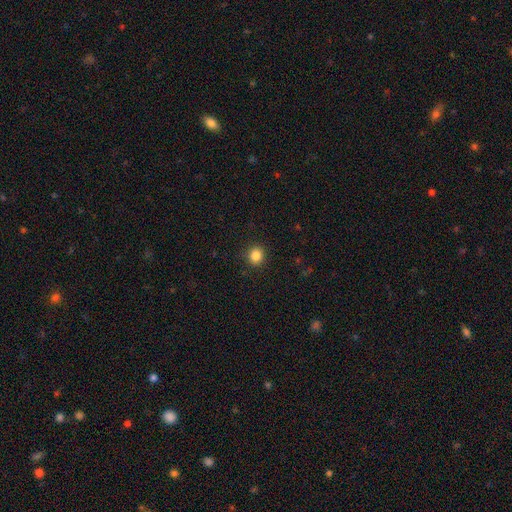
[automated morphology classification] Smooth or featured?
  - smooth: 85% *
  - star or artifact: 11%
  - featured or disk: 4%
How rounded?
  - round: 89% *
  - in between: 10%
  - cigar-shaped: 1%
Merging?
  - none: 91% *
  - minor disturbance: 6%
  - major disturbance: 2%
  - merger: 1%